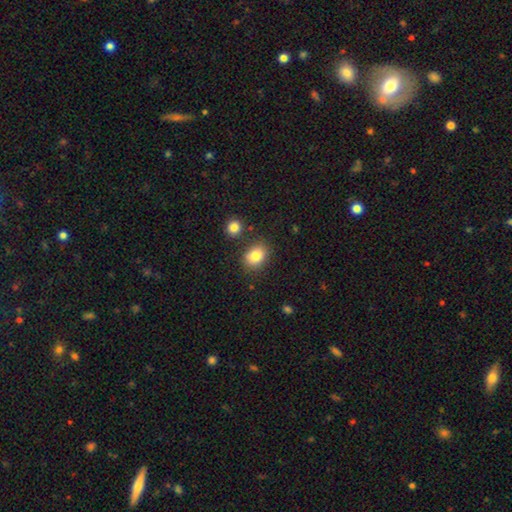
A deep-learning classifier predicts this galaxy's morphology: smooth 83%, star or artifact 9%, featured or disk 8%. Down the decision tree: how rounded — in between (62%); merging — none (79%).